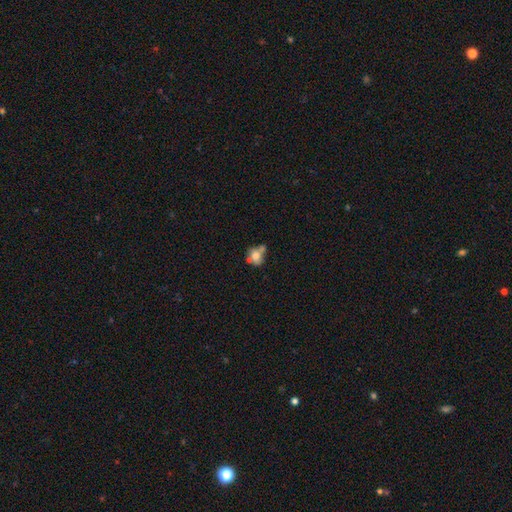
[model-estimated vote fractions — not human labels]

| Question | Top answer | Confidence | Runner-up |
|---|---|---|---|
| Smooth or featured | smooth | 65% | featured or disk (24%) |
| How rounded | round | 54% | in between (44%) |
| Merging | none | 34% | merger (29%) |